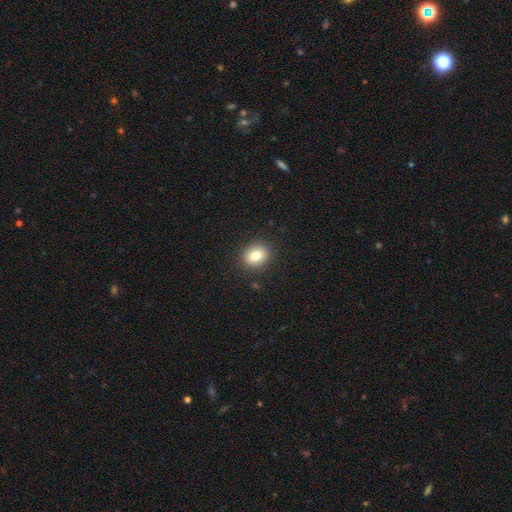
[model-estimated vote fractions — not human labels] This is likely a smooth galaxy (79%). How rounded: possibly round (58%). Merging: clearly none (89%).